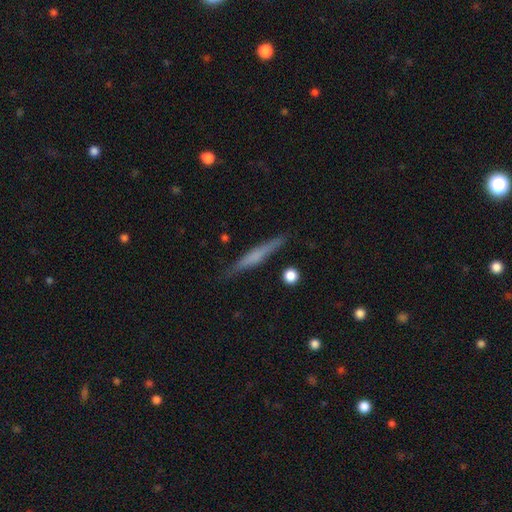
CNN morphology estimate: A featured or disk galaxy (47%). Merging: none (87%).